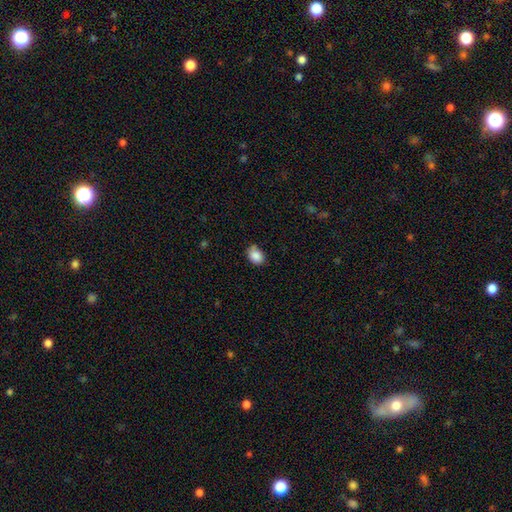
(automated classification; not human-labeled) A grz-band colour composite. It shows a smooth galaxy with no disk features (87%) that is in between round and cigar-shaped (67%). Merging: none (68%).